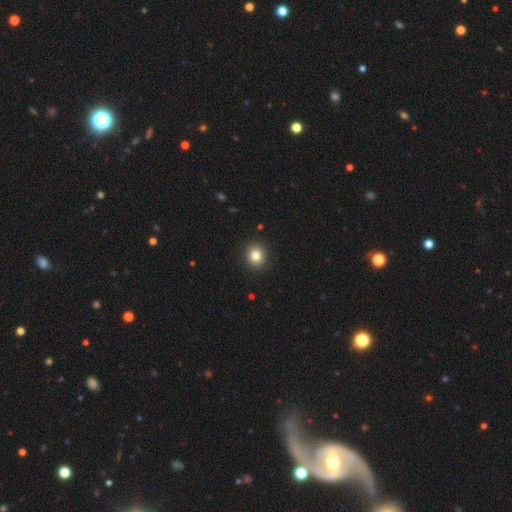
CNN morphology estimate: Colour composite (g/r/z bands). It shows a smooth galaxy with no disk features (82%) that is round (80%). Merging: none (92%).